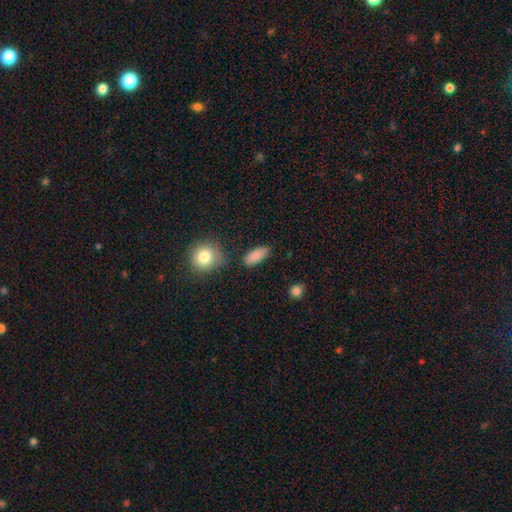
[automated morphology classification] Smooth or featured: smooth — 86% (featured or disk — 7%)
How rounded: in between — 84% (cigar-shaped — 12%)
Merging: none — 80% (minor disturbance — 12%)